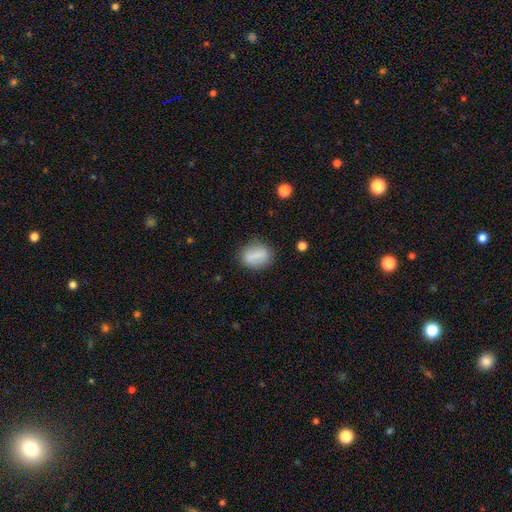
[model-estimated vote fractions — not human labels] A smooth galaxy with no disk features (71%) that is in between round and cigar-shaped (63%).

Vote fractions:
- Smooth or featured? smooth: 71% / featured or disk: 21% / star or artifact: 8%
- How rounded? in between: 63% / round: 31% / cigar-shaped: 5%
- Merging? none: 79% / minor disturbance: 13% / major disturbance: 4% / merger: 3%